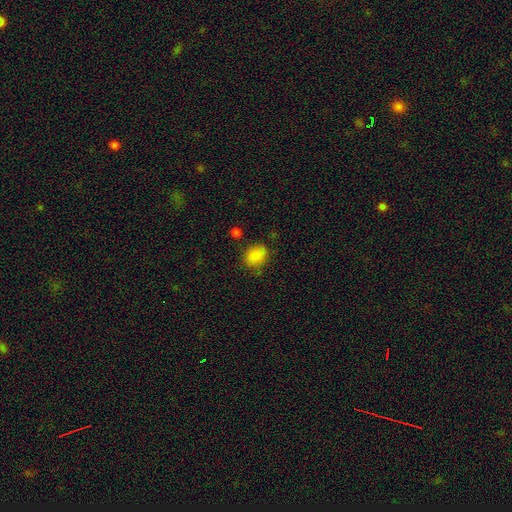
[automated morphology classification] Smooth or featured?
  - smooth: 85% *
  - star or artifact: 10%
  - featured or disk: 5%
How rounded?
  - in between: 51% *
  - round: 48%
  - cigar-shaped: 1%
Merging?
  - none: 73% *
  - minor disturbance: 19%
  - major disturbance: 5%
  - merger: 3%